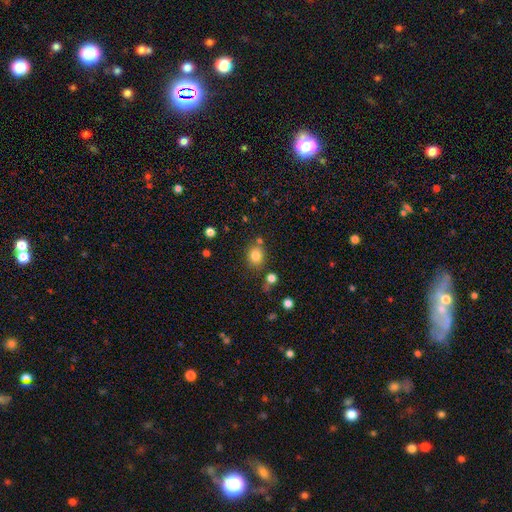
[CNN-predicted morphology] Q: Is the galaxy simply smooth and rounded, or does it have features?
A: smooth — 82%.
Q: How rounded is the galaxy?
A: round — 74%.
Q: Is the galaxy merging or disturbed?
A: none — 72%.